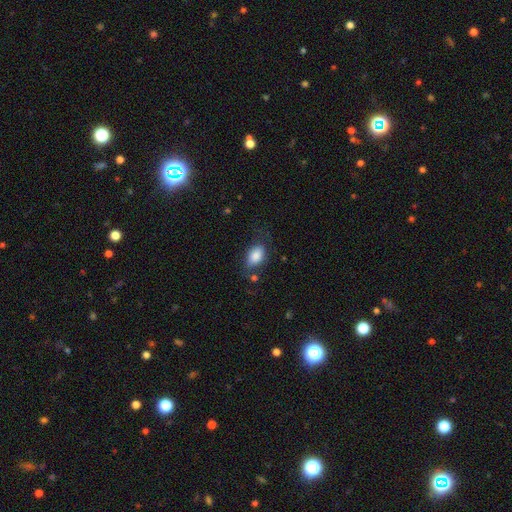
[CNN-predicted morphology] smooth 84%, featured or disk 9%, star or artifact 7%. Down the decision tree: how rounded — in between (89%); merging — none (66%).